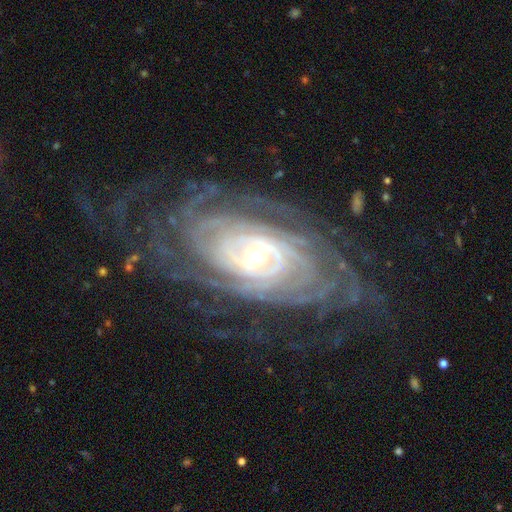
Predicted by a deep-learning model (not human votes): Smooth or featured? featured or disk (91%)
Edge-on disk? no (95%)
Bar? no (51%)
Spiral arms? yes (98%)
Spiral winding? tight (83%)
Spiral arm count? more than 4 (28%)
Bulge size? small (58%)
Merging? none (72%)